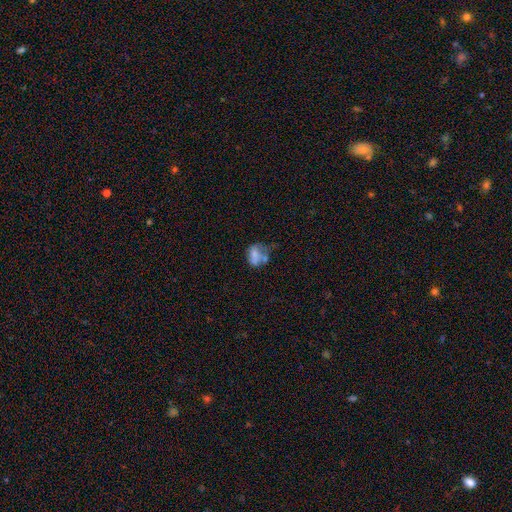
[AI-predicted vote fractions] smooth_or_featured: smooth (p=0.58) [alt: featured or disk p=0.31]
how_rounded: in between (p=0.61) [alt: round p=0.38]
merging: none (p=0.26) [alt: major disturbance p=0.25]